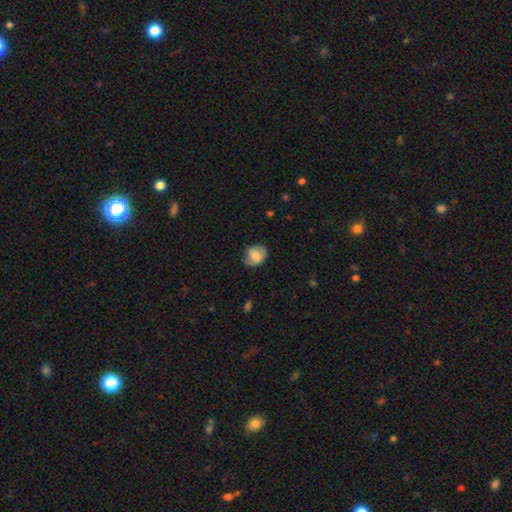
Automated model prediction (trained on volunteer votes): A smooth galaxy with no disk features (67%) that is round (54%). Merging: none (69%).